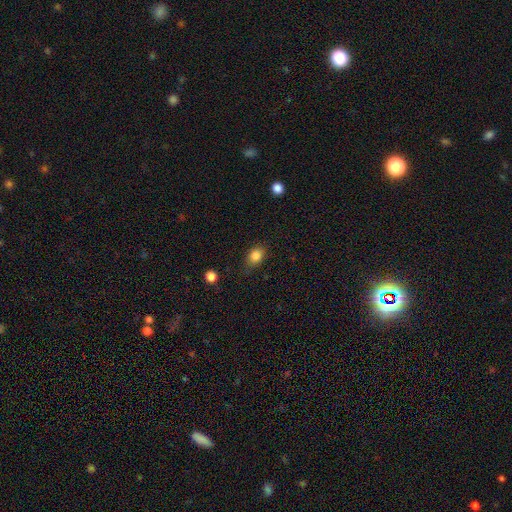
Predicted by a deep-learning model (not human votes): A smooth galaxy with no disk features (84%) that is in between round and cigar-shaped (64%).

Vote fractions:
- Smooth or featured? smooth: 84% / star or artifact: 10% / featured or disk: 6%
- How rounded? in between: 64% / round: 35% / cigar-shaped: 2%
- Merging? none: 74% / minor disturbance: 20% / major disturbance: 4% / merger: 1%